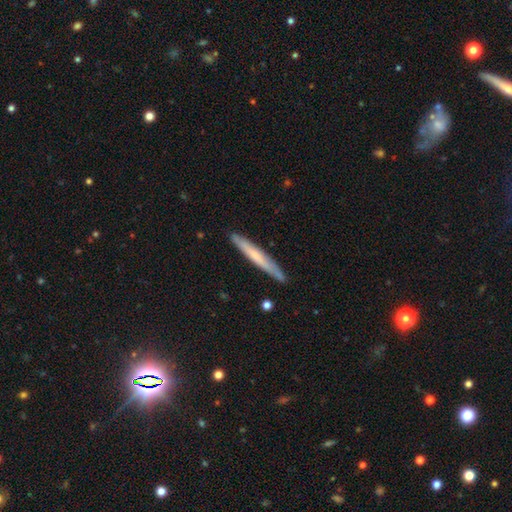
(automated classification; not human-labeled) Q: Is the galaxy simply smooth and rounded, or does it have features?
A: smooth — 53%.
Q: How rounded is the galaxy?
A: cigar-shaped — 96%.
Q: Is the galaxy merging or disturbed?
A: none — 87%.